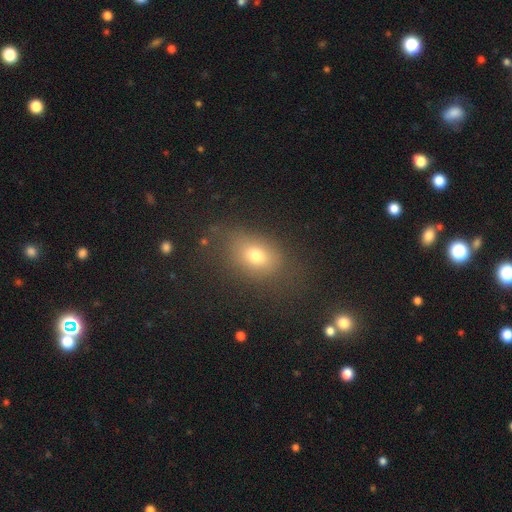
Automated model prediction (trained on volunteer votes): Q: Smooth or featured?
A: smooth (72%); runner-up: star or artifact (15%)
Q: How rounded?
A: in between (72%); runner-up: round (26%)
Q: Merging?
A: none (73%); runner-up: minor disturbance (17%)